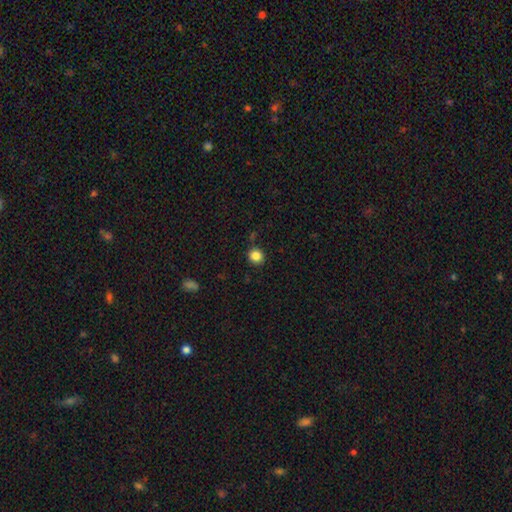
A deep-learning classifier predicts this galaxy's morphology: smooth_or_featured: smooth (p=0.85) [alt: star or artifact p=0.11]
how_rounded: round (p=0.87) [alt: in between p=0.12]
merging: none (p=0.87) [alt: minor disturbance p=0.08]